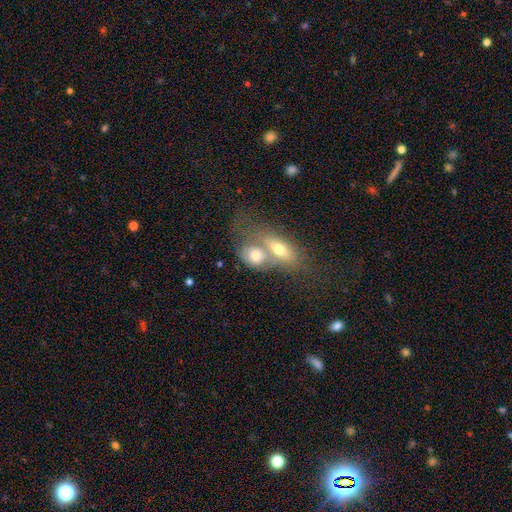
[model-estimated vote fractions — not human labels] Smooth or featured? smooth (63%)
How rounded? in between (68%)
Merging? merger (69%)